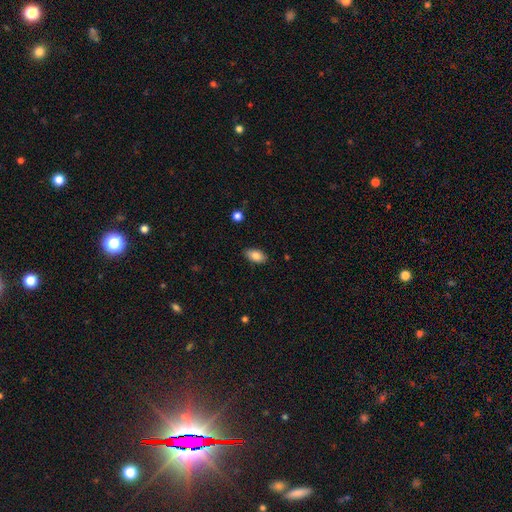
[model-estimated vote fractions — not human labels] This is clearly a smooth galaxy (84%). How rounded: clearly in between (92%). Merging: clearly none (86%).